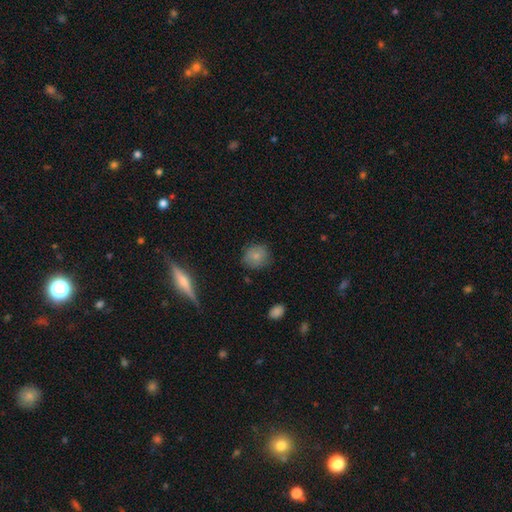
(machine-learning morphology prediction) A smooth galaxy with no disk features (81%) that is round (78%). Merging: none (79%).